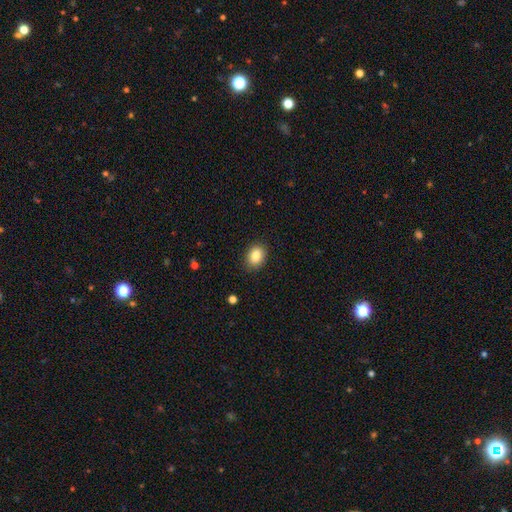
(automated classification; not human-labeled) This appears to be a smooth galaxy with no disk features (85%) that is in between round and cigar-shaped (66%). Merging: none (86%).